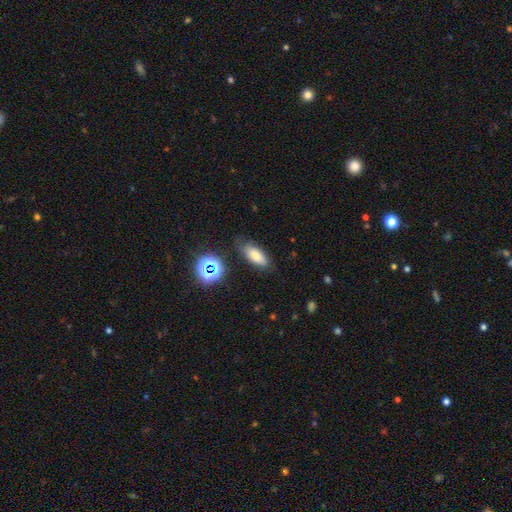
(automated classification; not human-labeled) Smooth or featured? Predicted: smooth (p=0.70). How rounded? Predicted: in between (p=0.78). Merging? Predicted: none (p=0.72).